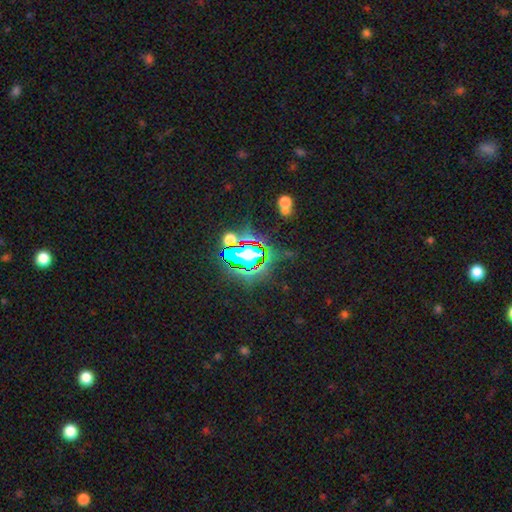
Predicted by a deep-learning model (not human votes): Morphology: type=star or artifact (83%).